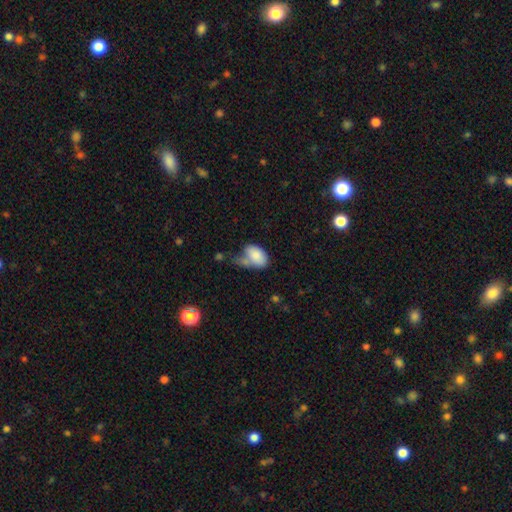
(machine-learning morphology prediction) Overall: smooth (82%). How rounded: in between (89%). Merging: none (29%; merger 26%).